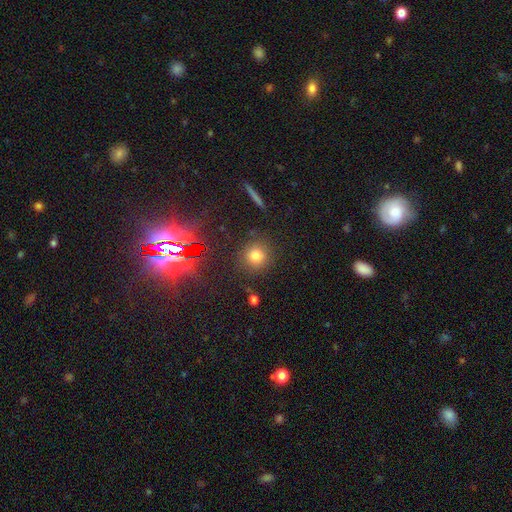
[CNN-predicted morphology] Smooth or featured: smooth — 74% (star or artifact — 18%)
How rounded: round — 91% (in between — 8%)
Merging: none — 85% (minor disturbance — 8%)